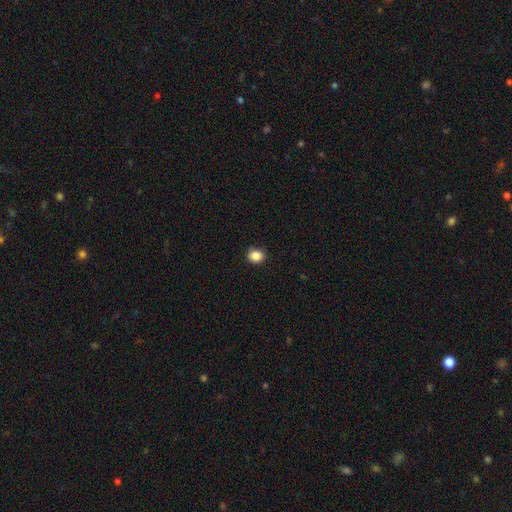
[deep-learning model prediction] A smooth galaxy with no disk features (87%) that is round (63%). Merging: none (88%).